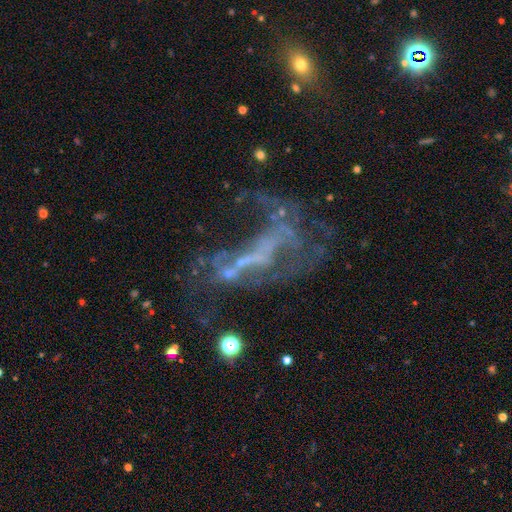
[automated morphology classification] A featured or disk galaxy (64%) with no bar (57%), no spiral arms (62%) and no central bulge (69%).

Vote fractions:
- Smooth or featured? featured or disk: 64% / star or artifact: 24% / smooth: 12%
- Edge-on disk? no: 92% / yes: 8%
- Bar? no: 57% / weak: 22% / strong: 21%
- Spiral arms? no: 62% / yes: 38%
- Bulge size? none: 69% / small: 18% / moderate: 9% / large: 2% / dominant: 1%
- Merging? major disturbance: 47% / none: 27% / minor disturbance: 13% / merger: 12%